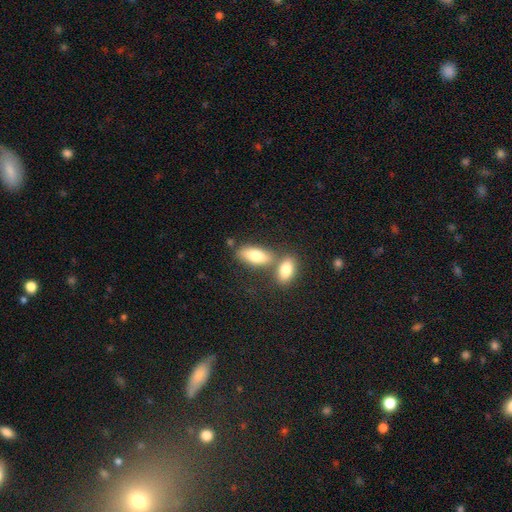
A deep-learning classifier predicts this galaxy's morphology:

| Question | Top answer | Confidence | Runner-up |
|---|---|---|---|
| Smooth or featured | smooth | 78% | featured or disk (16%) |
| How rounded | in between | 84% | cigar-shaped (12%) |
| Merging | none | 51% | merger (35%) |